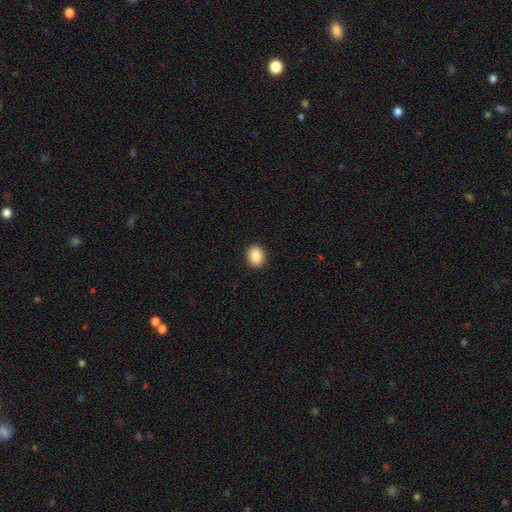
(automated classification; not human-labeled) smooth-or-featured: smooth: 88% | star or artifact: 8% | featured or disk: 4%
  how-rounded: round: 52% | in between: 47% | cigar-shaped: 1%
  merging: none: 91% | minor disturbance: 6% | major disturbance: 2% | merger: 1%